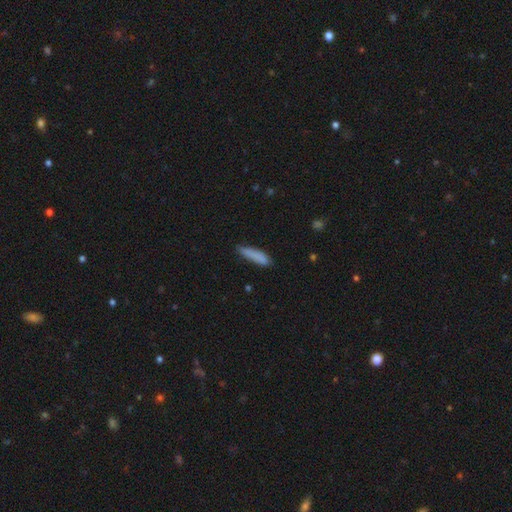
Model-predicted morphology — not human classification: Smooth or featured? smooth (85%)
How rounded? cigar-shaped (79%)
Merging? none (73%)